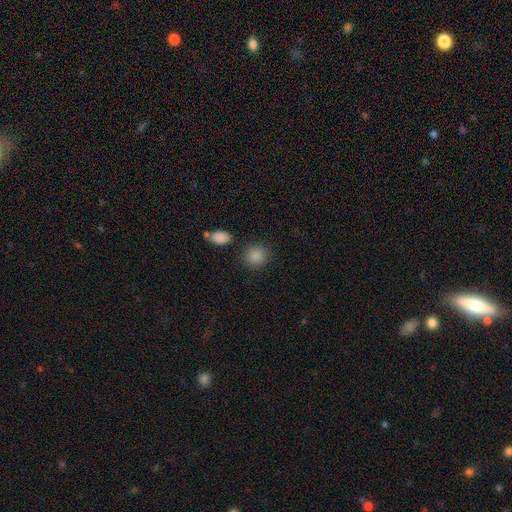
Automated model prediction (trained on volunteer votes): A smooth galaxy with no disk features (87%) that is round (84%). Merging: none (85%).